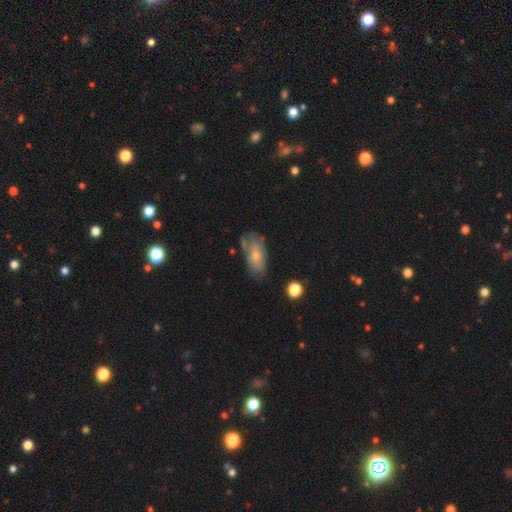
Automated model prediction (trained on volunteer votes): Smooth or featured?
  - smooth: 59% *
  - featured or disk: 34%
  - star or artifact: 7%
How rounded?
  - in between: 91% *
  - cigar-shaped: 5%
  - round: 5%
Merging?
  - none: 51% *
  - minor disturbance: 30%
  - major disturbance: 13%
  - merger: 7%